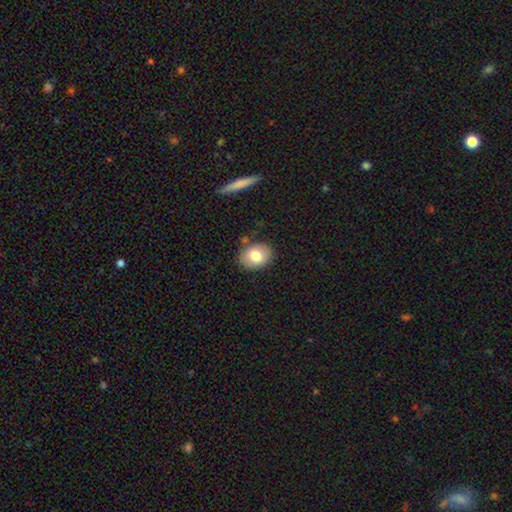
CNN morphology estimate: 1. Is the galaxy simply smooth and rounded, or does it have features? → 78% smooth, 14% featured or disk, 8% star or artifact.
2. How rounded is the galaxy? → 64% in between, 35% round, 1% cigar-shaped.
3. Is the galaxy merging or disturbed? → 82% none, 12% minor disturbance, 3% merger, 3% major disturbance.